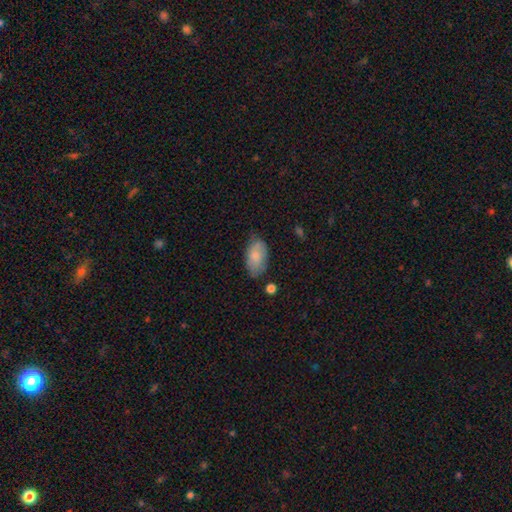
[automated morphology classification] smooth_or_featured: smooth (p=0.80) [alt: featured or disk p=0.14]
how_rounded: in between (p=0.94) [alt: round p=0.04]
merging: none (p=0.66) [alt: minor disturbance p=0.26]